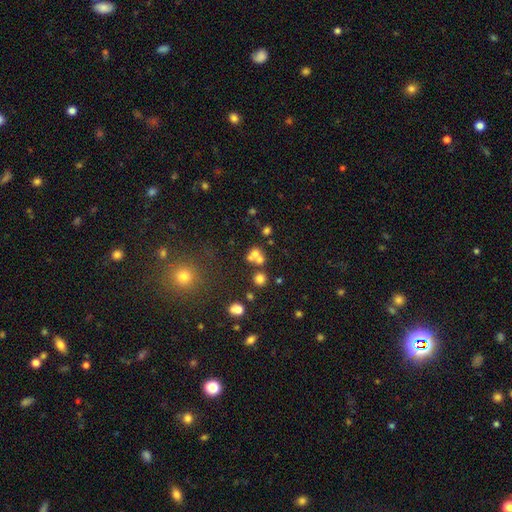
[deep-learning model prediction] smooth 61%, star or artifact 20%, featured or disk 19%. Down the decision tree: how rounded — round (74%); merging — merger (48%).